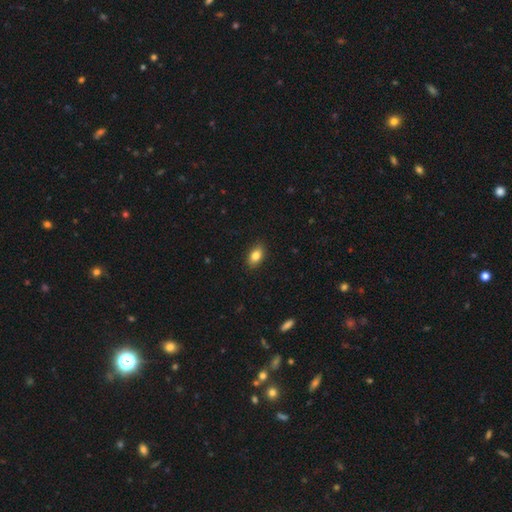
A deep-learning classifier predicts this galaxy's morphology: Overall: smooth (83%). How rounded: in between (87%). Merging: none (88%).